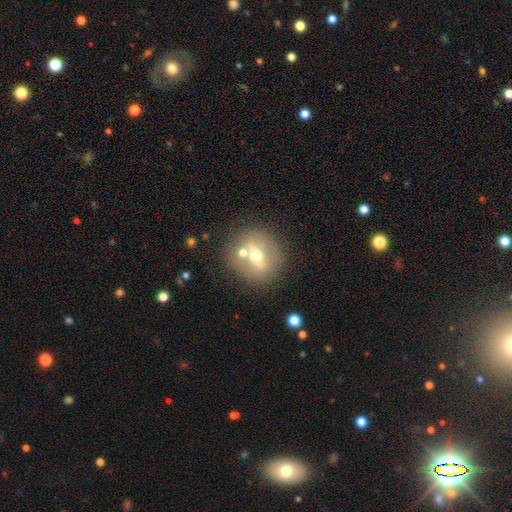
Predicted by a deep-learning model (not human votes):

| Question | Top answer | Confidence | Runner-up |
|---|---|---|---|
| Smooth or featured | featured or disk | 55% | smooth (34%) |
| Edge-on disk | no | 68% | yes (32%) |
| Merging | none | 74% | merger (12%) |